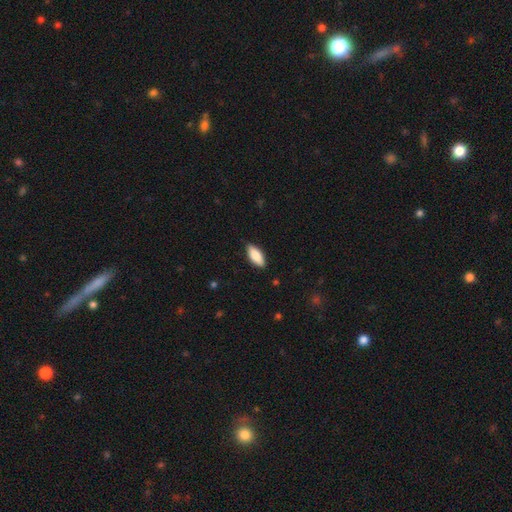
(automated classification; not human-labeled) Morphology: type=smooth (84%); roundness=in between (82%); merging=none (86%).